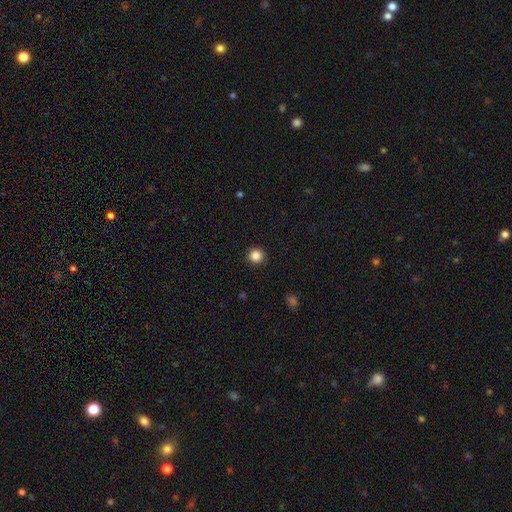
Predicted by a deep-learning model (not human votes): smooth_or_featured: smooth (p=0.86) [alt: star or artifact p=0.11]
how_rounded: round (p=0.95) [alt: in between p=0.04]
merging: none (p=0.93) [alt: minor disturbance p=0.04]